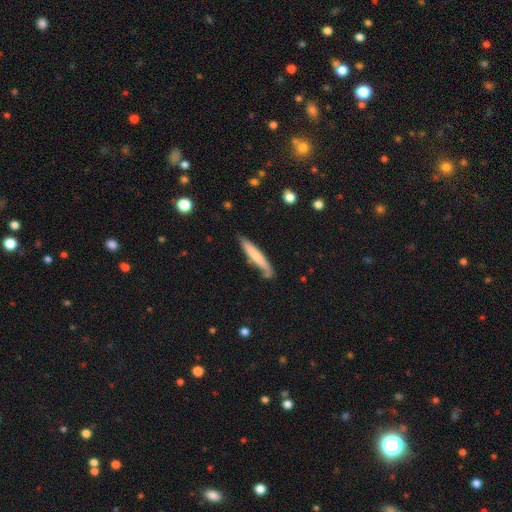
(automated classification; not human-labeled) Smooth or featured: smooth — 68% (featured or disk — 27%)
How rounded: cigar-shaped — 93% (in between — 6%)
Merging: none — 75% (minor disturbance — 17%)